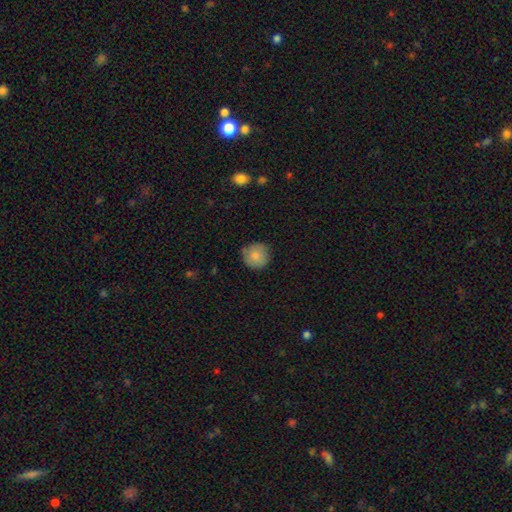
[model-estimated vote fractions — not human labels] smooth_or_featured: smooth (p=0.83) [alt: featured or disk p=0.10]
how_rounded: round (p=0.94) [alt: in between p=0.05]
merging: none (p=0.82) [alt: minor disturbance p=0.14]